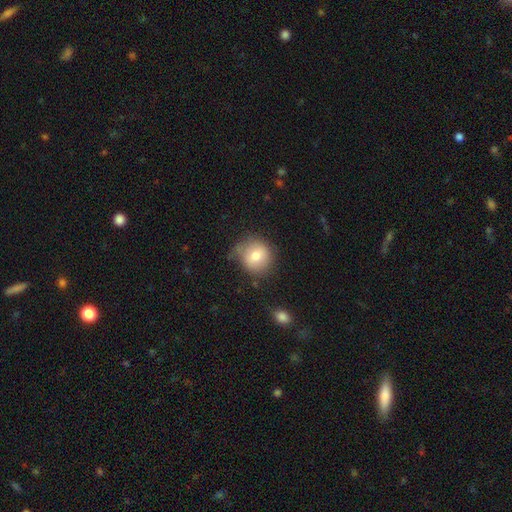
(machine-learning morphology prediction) smooth_or_featured: smooth (p=0.76) [alt: featured or disk p=0.14]
how_rounded: round (p=0.85) [alt: in between p=0.14]
merging: none (p=0.65) [alt: minor disturbance p=0.24]